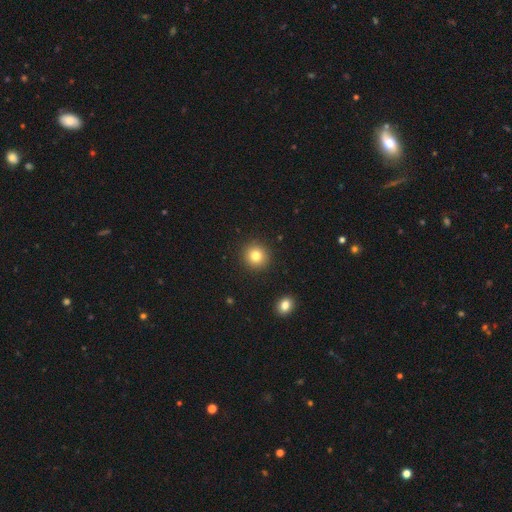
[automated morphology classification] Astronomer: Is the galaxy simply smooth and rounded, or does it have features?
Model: smooth — 80%.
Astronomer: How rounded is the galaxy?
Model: round — 92%.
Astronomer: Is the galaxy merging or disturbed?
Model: none — 91%.